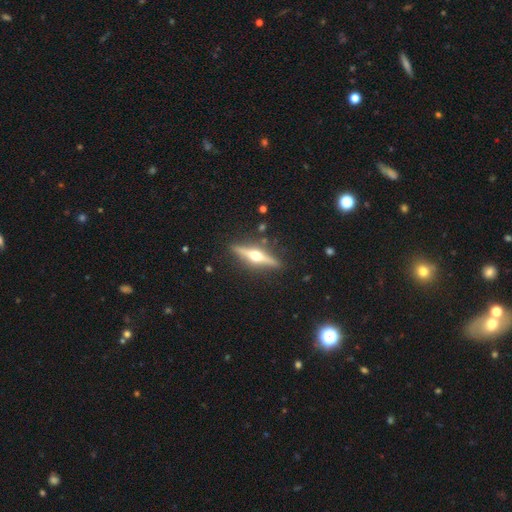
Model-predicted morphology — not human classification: The model was most divided on "smooth or featured": featured or disk: 77%, smooth: 18%, star or artifact: 5%. More confident: edge-on disk — yes (97%); edge-on bulge — rounded (96%); merging — none (88%).